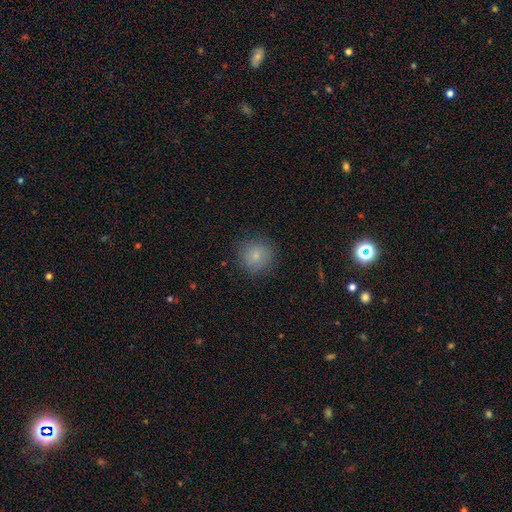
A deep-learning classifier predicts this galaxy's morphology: This appears to be a smooth galaxy with no disk features (80%) that is round (92%). Merging: none (84%).